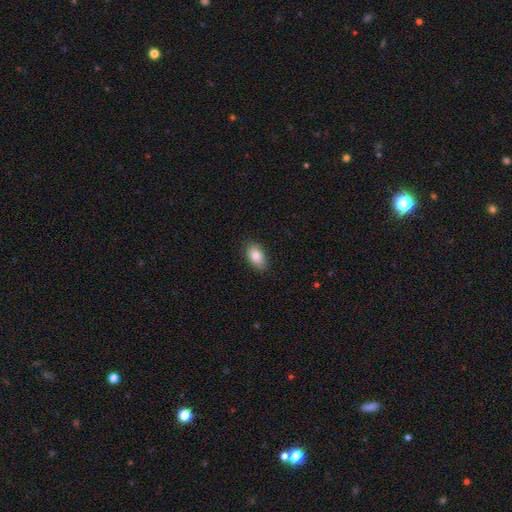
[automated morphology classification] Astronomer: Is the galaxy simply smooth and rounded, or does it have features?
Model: smooth — 84%.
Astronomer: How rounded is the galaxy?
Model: in between — 90%.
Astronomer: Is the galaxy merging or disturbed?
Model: none — 85%.